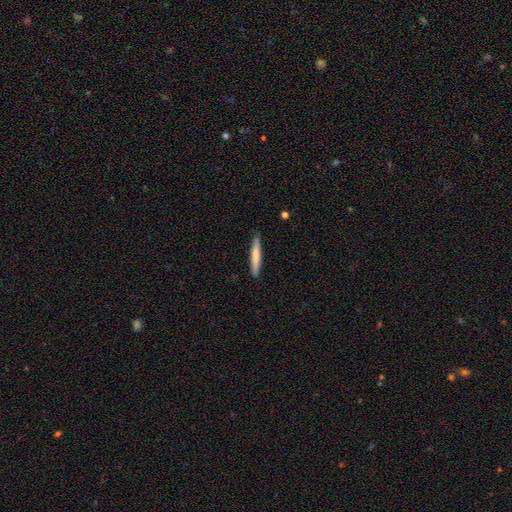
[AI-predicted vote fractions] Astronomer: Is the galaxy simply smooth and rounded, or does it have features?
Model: smooth — 72%.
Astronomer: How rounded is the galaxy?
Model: cigar-shaped — 95%.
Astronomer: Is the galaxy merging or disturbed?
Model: none — 89%.